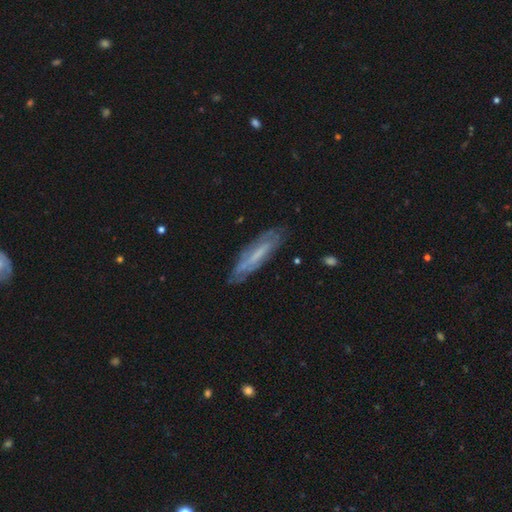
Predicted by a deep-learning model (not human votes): This appears to be a featured or disk galaxy (60%). Merging: none (75%).